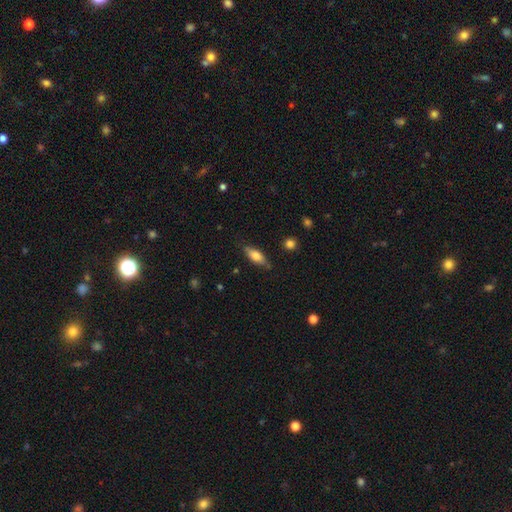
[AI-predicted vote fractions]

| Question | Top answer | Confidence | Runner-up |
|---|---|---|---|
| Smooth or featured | smooth | 68% | featured or disk (25%) |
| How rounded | in between | 71% | cigar-shaped (26%) |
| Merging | none | 77% | minor disturbance (18%) |